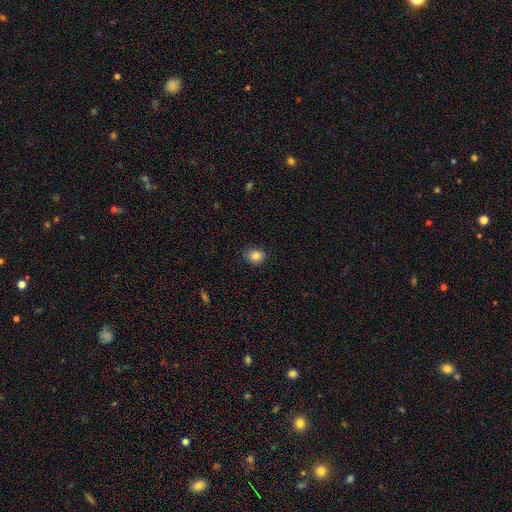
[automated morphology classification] Smooth or featured? Predicted: smooth (p=0.85). How rounded? Predicted: round (p=0.69). Merging? Predicted: none (p=0.84).